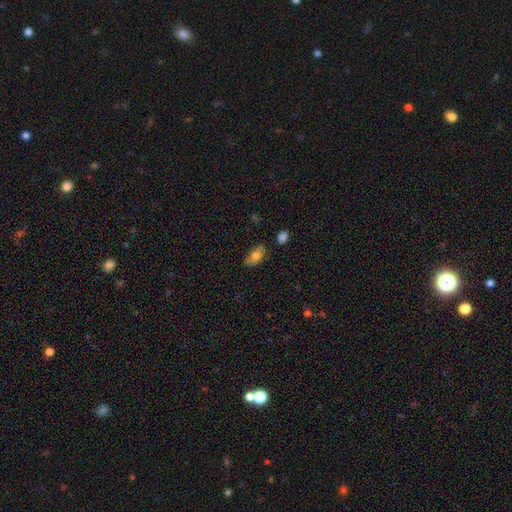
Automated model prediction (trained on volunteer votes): Smooth or featured? smooth (75%)
How rounded? in between (91%)
Merging? none (77%)